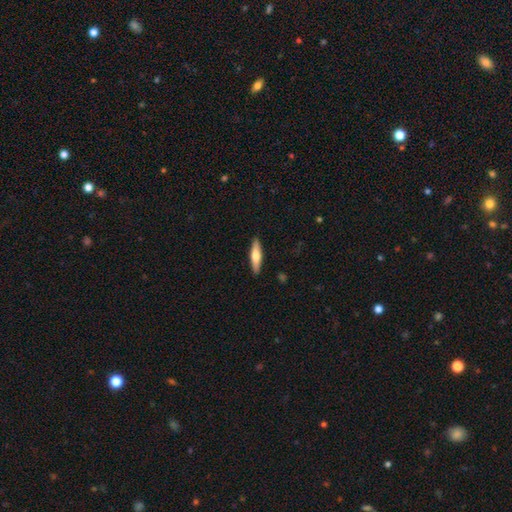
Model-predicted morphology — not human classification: A smooth galaxy with no disk features (56%) that is cigar-shaped (76%). Merging: none (90%).